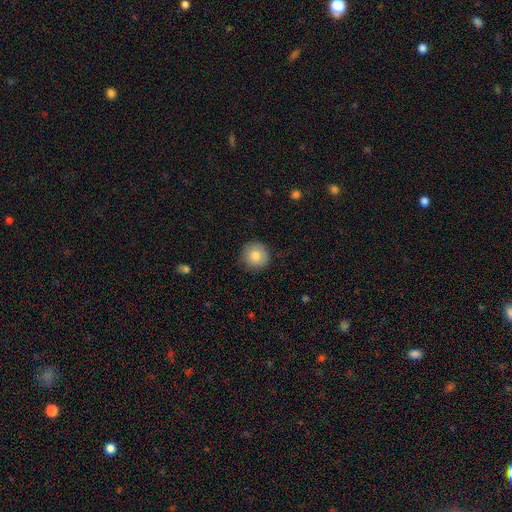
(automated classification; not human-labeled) smooth 84%, featured or disk 8%, star or artifact 8%. Down the decision tree: how rounded — round (94%); merging — none (89%).